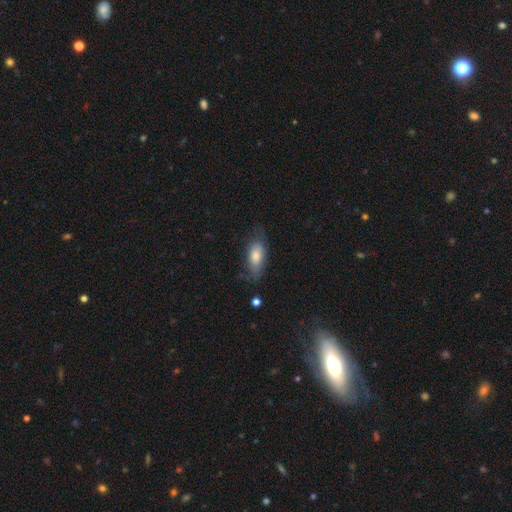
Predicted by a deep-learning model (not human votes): The model was most divided on "merging": none: 64%, minor disturbance: 25%, major disturbance: 9%, merger: 2%. More confident: how rounded — in between (81%); smooth or featured — smooth (69%).